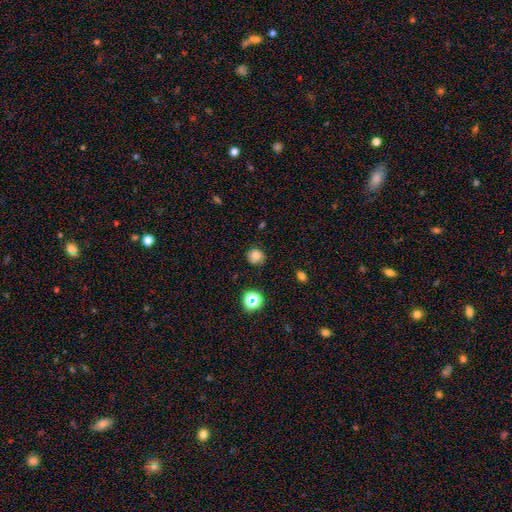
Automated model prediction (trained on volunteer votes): The model was most divided on "smooth or featured": smooth: 74%, star or artifact: 16%, featured or disk: 11%. More confident: how rounded — round (86%); merging — none (80%).